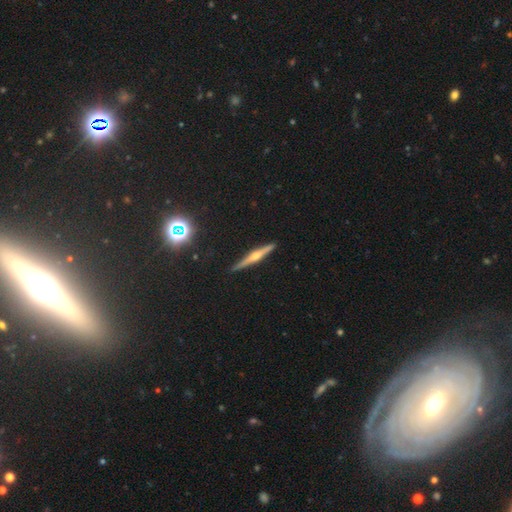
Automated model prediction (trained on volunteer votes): This is likely a featured or disk galaxy (76%). It is clearly viewed edge-on (98%). Edge-on bulge: clearly rounded (87%). Merging: clearly none (91%).